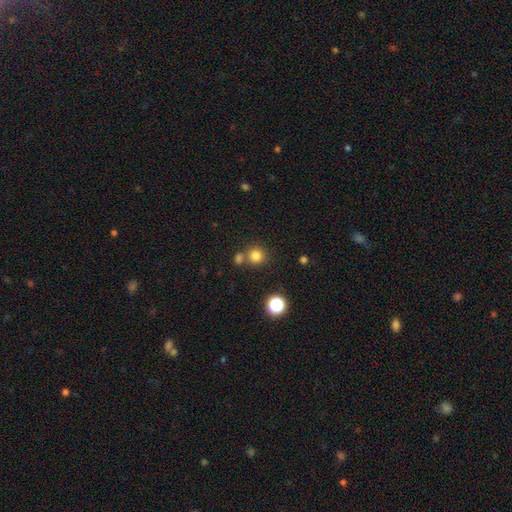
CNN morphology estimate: A smooth galaxy with no disk features (79%) that is round (92%).

Vote fractions:
- Smooth or featured? smooth: 79% / star or artifact: 15% / featured or disk: 6%
- How rounded? round: 92% / in between: 7% / cigar-shaped: 1%
- Merging? none: 68% / merger: 21% / minor disturbance: 8% / major disturbance: 3%